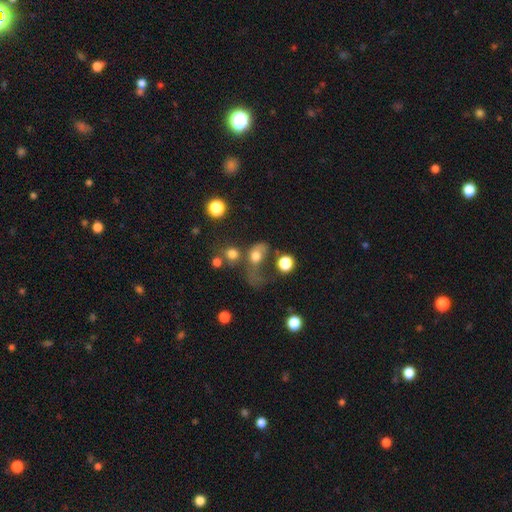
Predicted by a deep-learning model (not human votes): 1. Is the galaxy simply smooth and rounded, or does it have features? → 69% smooth, 18% featured or disk, 13% star or artifact.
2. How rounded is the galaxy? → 52% in between, 46% round, 2% cigar-shaped.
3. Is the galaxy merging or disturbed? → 41% major disturbance, 26% merger, 20% none, 13% minor disturbance.